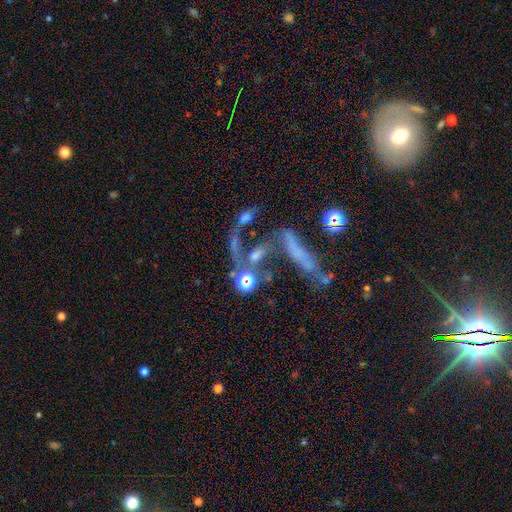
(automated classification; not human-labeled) smooth_or_featured: featured or disk (p=0.42) [alt: smooth p=0.32]
merging: merger (p=0.31) [alt: none p=0.29]